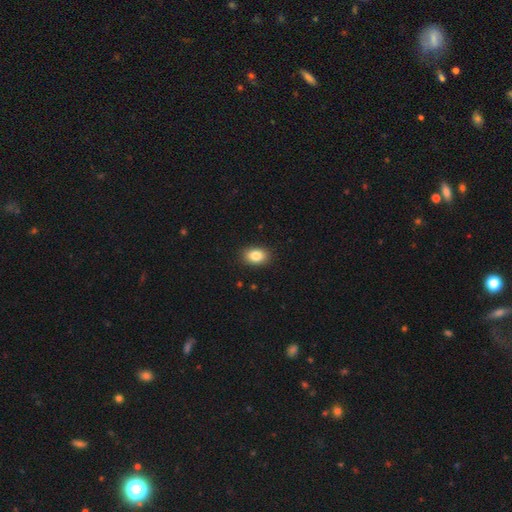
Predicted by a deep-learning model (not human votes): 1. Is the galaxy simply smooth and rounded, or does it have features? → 85% smooth, 9% star or artifact, 7% featured or disk.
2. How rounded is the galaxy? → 79% in between, 20% round, 1% cigar-shaped.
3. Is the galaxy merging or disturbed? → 90% none, 7% minor disturbance, 2% major disturbance, 1% merger.